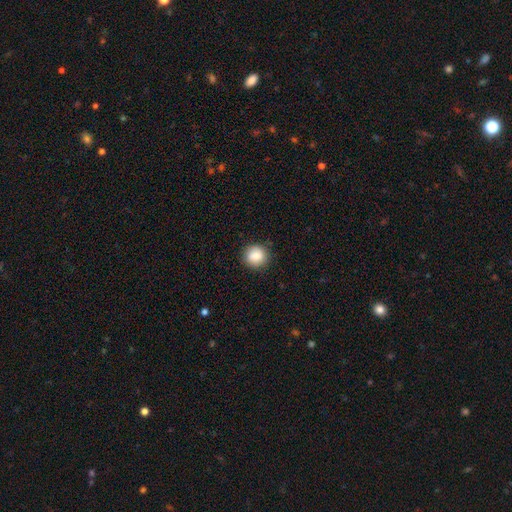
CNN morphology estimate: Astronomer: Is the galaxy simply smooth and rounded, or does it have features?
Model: smooth — 86%.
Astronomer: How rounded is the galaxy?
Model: round — 88%.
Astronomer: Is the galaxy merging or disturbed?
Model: none — 86%.